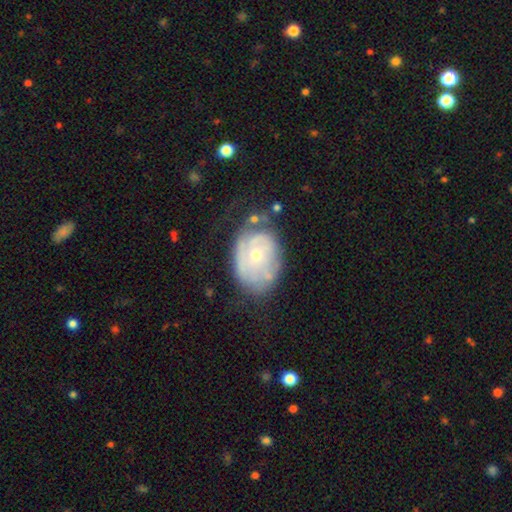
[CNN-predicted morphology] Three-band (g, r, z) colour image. It shows a featured or disk galaxy (67%) with no bar (83%), spiral arms (63%) and a small central bulge (55%). Merging: none (47%).